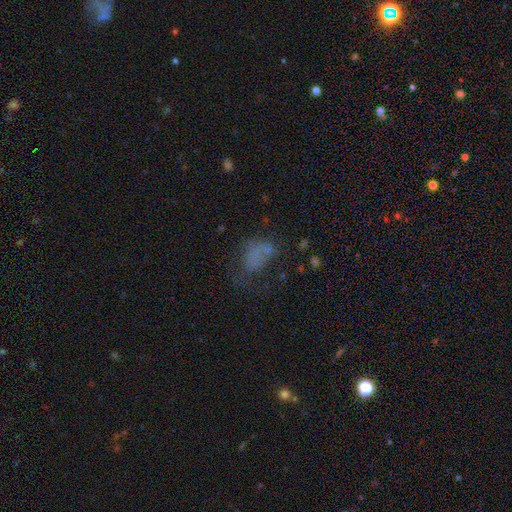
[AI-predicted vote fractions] Smooth or featured? smooth (55%)
How rounded? in between (79%)
Merging? major disturbance (38%)